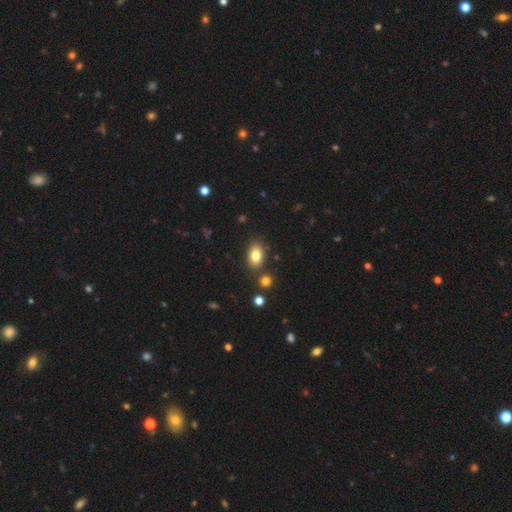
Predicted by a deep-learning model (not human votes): Smooth or featured?
  - smooth: 81% *
  - star or artifact: 9%
  - featured or disk: 9%
How rounded?
  - in between: 85% *
  - round: 13%
  - cigar-shaped: 2%
Merging?
  - none: 80% *
  - minor disturbance: 11%
  - merger: 7%
  - major disturbance: 3%